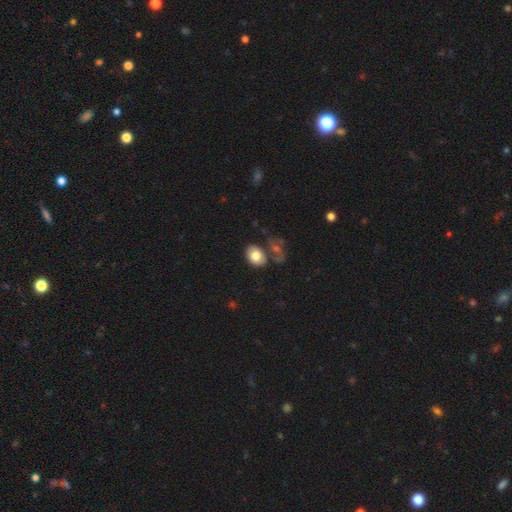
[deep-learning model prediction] Smooth or featured?
  - smooth: 78% *
  - featured or disk: 14%
  - star or artifact: 8%
How rounded?
  - in between: 74% *
  - round: 25%
  - cigar-shaped: 1%
Merging?
  - none: 59% *
  - merger: 19%
  - minor disturbance: 16%
  - major disturbance: 7%